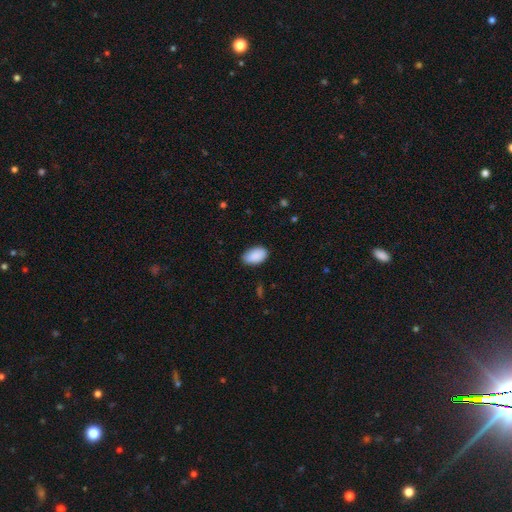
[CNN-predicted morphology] smooth 90%, star or artifact 6%, featured or disk 4%. Down the decision tree: how rounded — in between (93%); merging — none (83%).